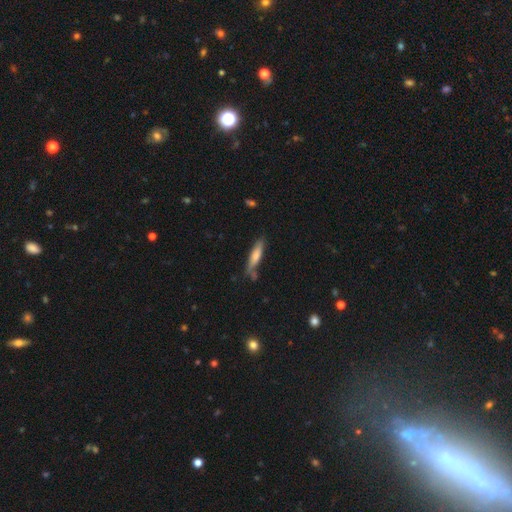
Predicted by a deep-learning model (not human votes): This is likely a smooth galaxy (67%). How rounded: likely cigar-shaped (78%). Merging: likely none (61%).